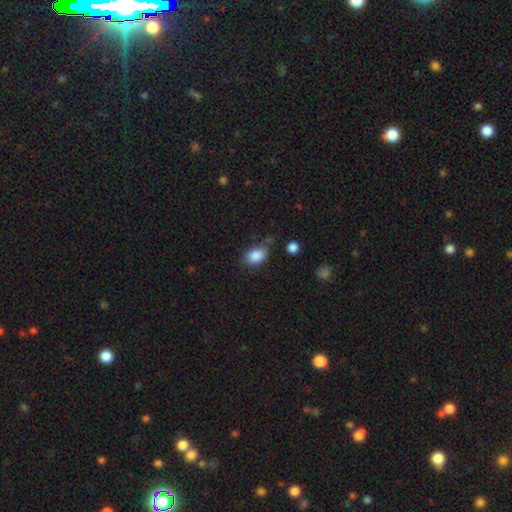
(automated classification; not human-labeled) Smooth or featured? Predicted: smooth (p=0.87). How rounded? Predicted: in between (p=0.80). Merging? Predicted: none (p=0.67).